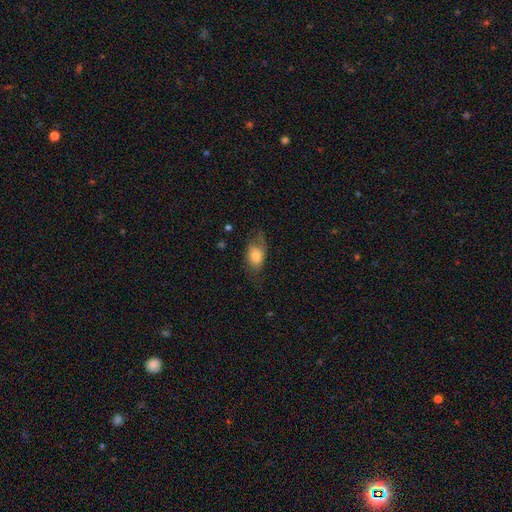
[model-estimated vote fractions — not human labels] smooth-or-featured: smooth: 67% | featured or disk: 24% | star or artifact: 9%
  how-rounded: in between: 84% | round: 12% | cigar-shaped: 4%
  merging: none: 55% | minor disturbance: 27% | major disturbance: 17% | merger: 2%